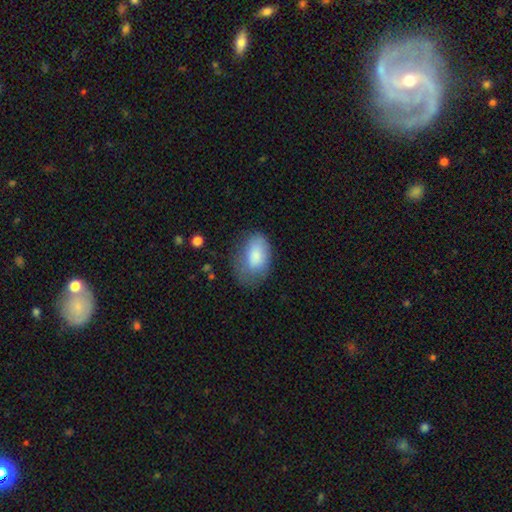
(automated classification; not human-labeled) Morphology: type=smooth (82%); roundness=in between (90%); merging=none (50%).